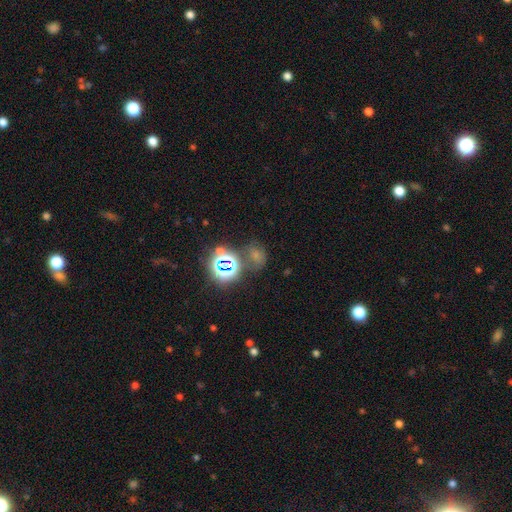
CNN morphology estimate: The model was most divided on "smooth or featured": smooth: 47%, star or artifact: 40%, featured or disk: 13%. More confident: merging — none (55%).